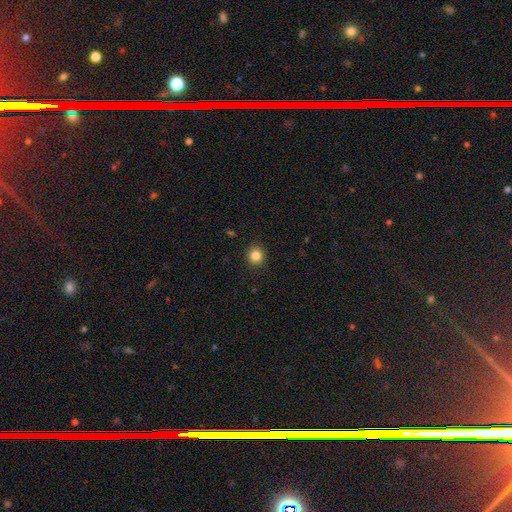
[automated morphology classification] Smooth or featured? Predicted: smooth (p=0.84). How rounded? Predicted: round (p=0.87). Merging? Predicted: none (p=0.91).